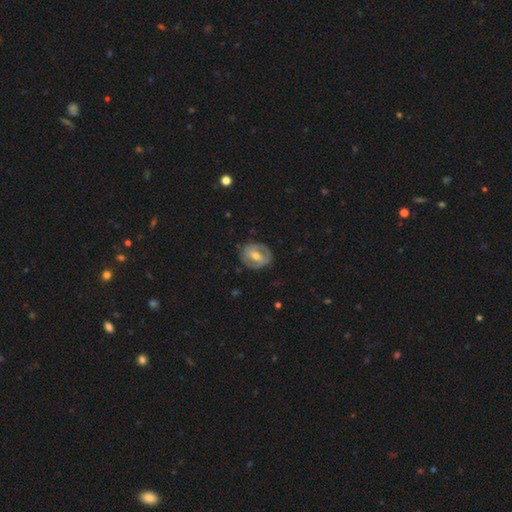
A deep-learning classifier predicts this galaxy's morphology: Q: Smooth or featured?
A: featured or disk (63%); runner-up: smooth (31%)
Q: Edge-on disk?
A: no (95%); runner-up: yes (5%)
Q: Bar?
A: weak (42%); runner-up: strong (32%)
Q: Spiral arms?
A: yes (50%); tied with: no (50%)
Q: Bulge size?
A: moderate (68%); runner-up: small (26%)
Q: Merging?
A: none (77%); runner-up: minor disturbance (16%)